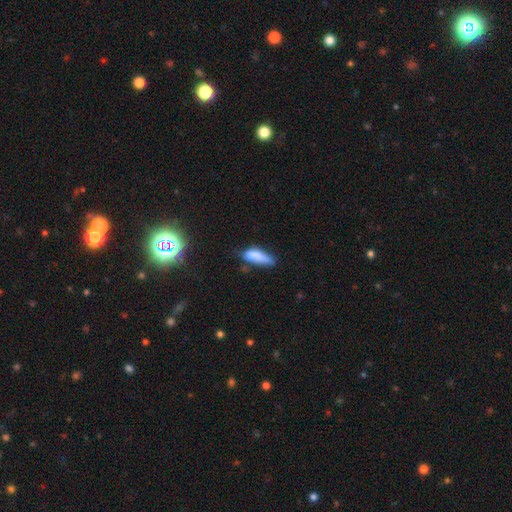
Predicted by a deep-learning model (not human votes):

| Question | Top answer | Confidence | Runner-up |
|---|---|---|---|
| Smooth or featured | smooth | 78% | featured or disk (14%) |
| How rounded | in between | 52% | cigar-shaped (45%) |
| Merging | none | 39% | minor disturbance (38%) |